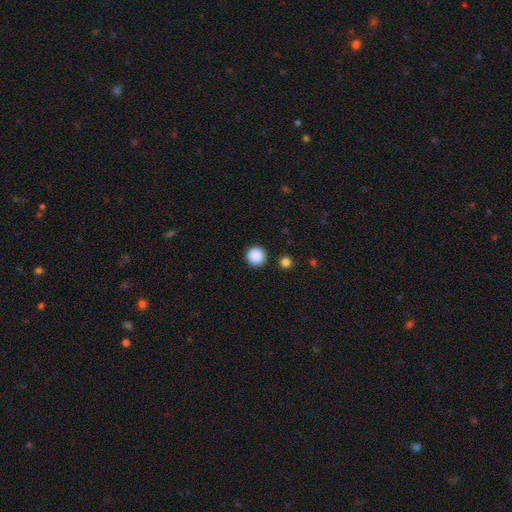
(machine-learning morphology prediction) This appears to be a smooth galaxy with no disk features (89%) that is round (96%). Merging: none (92%).